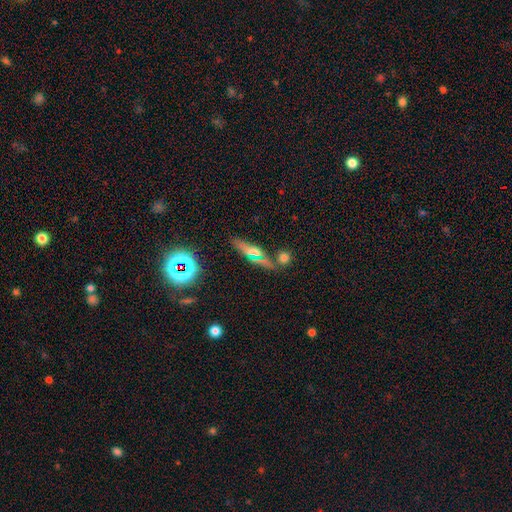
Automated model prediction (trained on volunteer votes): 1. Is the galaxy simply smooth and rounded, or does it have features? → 49% smooth, 32% featured or disk, 19% star or artifact.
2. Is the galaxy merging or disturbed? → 79% none, 11% minor disturbance, 6% merger, 4% major disturbance.